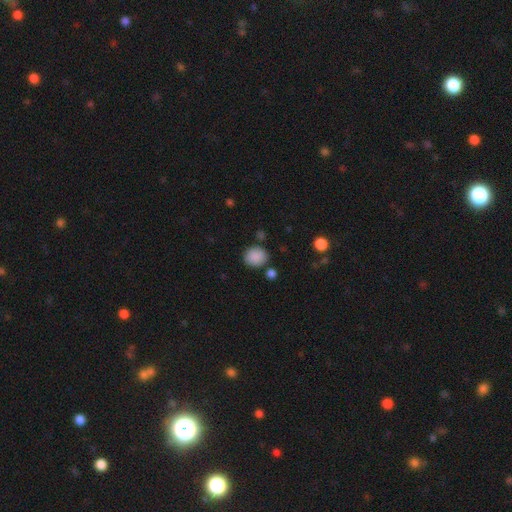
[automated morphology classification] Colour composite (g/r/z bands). It shows a smooth galaxy with no disk features (88%) that is round (68%). Merging: none (79%).